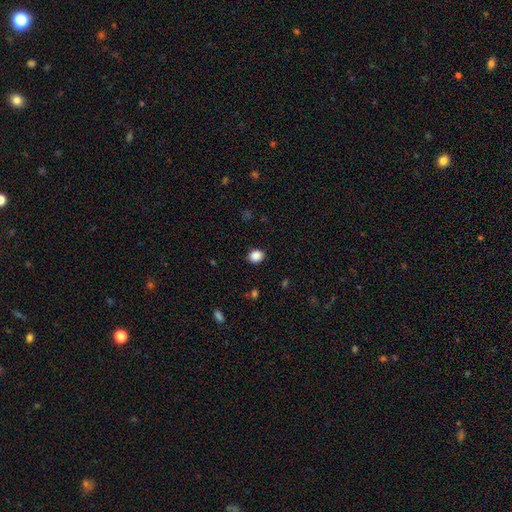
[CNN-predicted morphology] Overall: smooth (88%). How rounded: round (57%; in between 43%). Merging: none (88%).